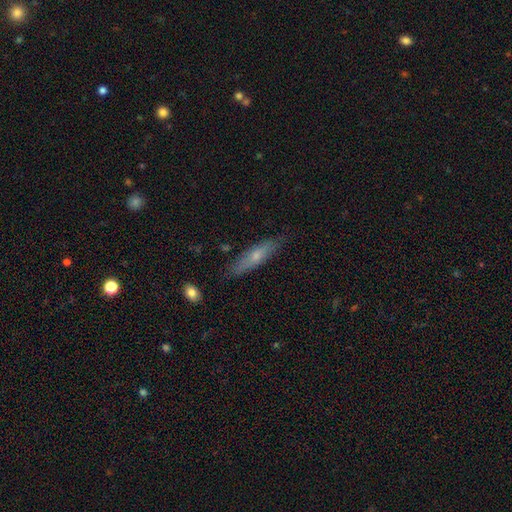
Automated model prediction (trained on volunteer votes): smooth-or-featured: smooth: 50% | featured or disk: 44% | star or artifact: 6%
  merging: none: 82% | minor disturbance: 14% | major disturbance: 2% | merger: 1%